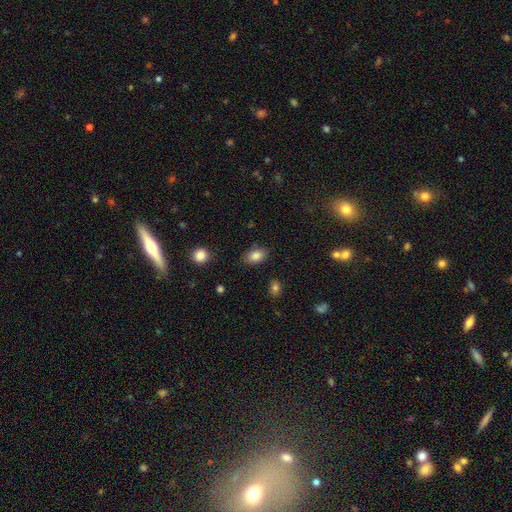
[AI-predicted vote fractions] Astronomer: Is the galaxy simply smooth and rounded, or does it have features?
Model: smooth — 85%.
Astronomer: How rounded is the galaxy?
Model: in between — 87%.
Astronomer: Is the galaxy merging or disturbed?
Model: none — 81%.